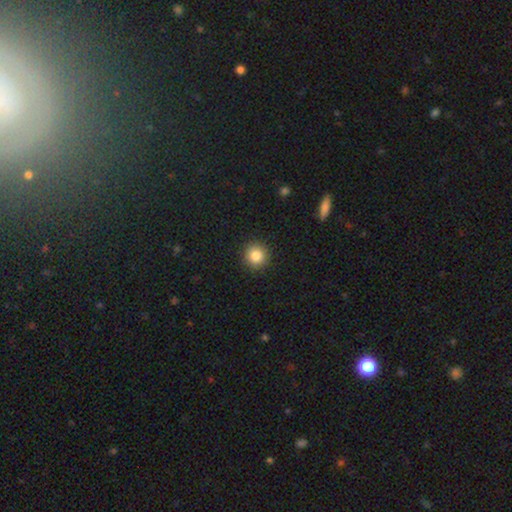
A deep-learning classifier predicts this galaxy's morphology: type=smooth (86%); roundness=round (94%); merging=none (92%).